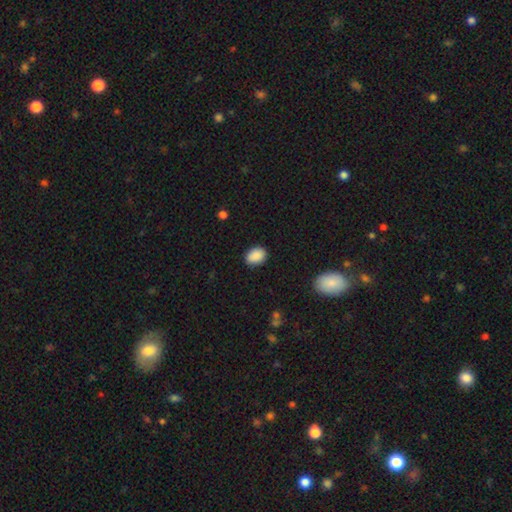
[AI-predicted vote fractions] Smooth or featured? smooth (89%)
How rounded? in between (68%)
Merging? none (86%)